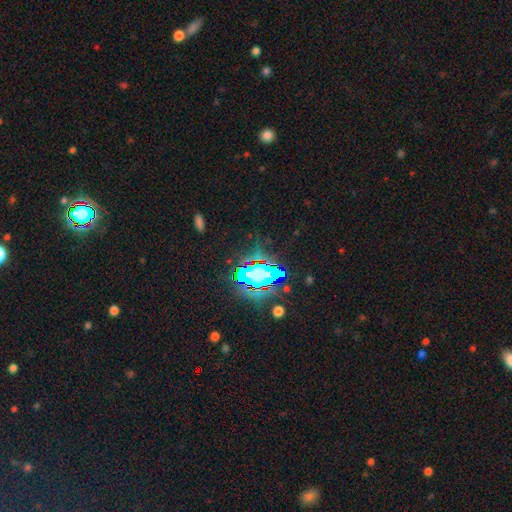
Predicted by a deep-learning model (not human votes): smooth-or-featured: star or artifact: 79% | smooth: 12% | featured or disk: 9%